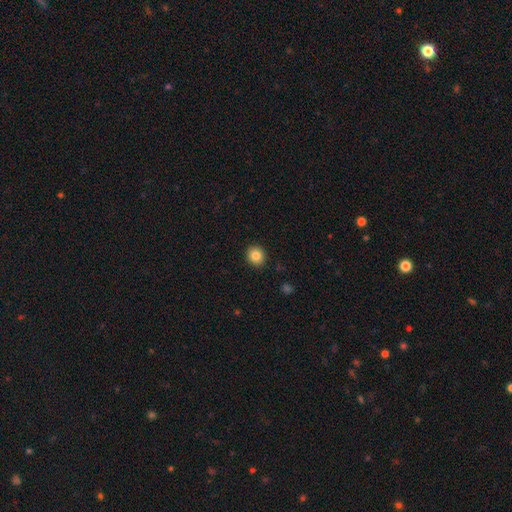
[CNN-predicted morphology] A smooth galaxy with no disk features (84%) that is round (79%).

Vote fractions:
- Smooth or featured? smooth: 84% / star or artifact: 10% / featured or disk: 7%
- How rounded? round: 79% / in between: 20% / cigar-shaped: 1%
- Merging? none: 92% / minor disturbance: 6% / major disturbance: 2% / merger: 1%